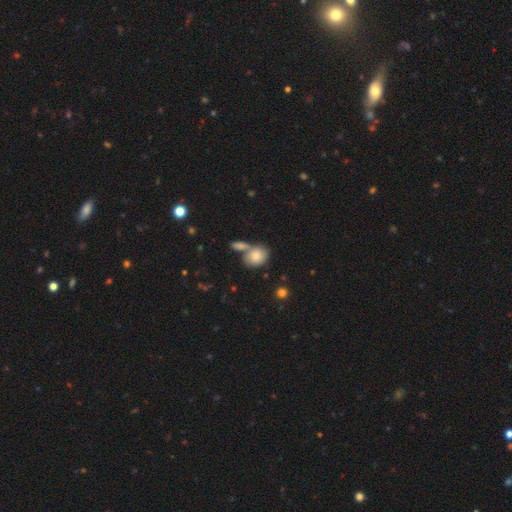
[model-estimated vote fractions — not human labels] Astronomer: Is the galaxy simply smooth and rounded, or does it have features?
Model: smooth — 80%.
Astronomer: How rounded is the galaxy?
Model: in between — 52% (runner-up: round, 46%).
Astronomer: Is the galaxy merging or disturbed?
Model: none — 48% (runner-up: merger, 36%).